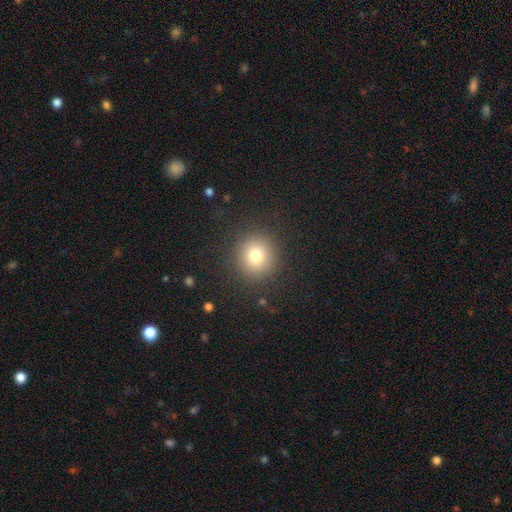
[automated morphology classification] A smooth galaxy with no disk features (77%) that is round (91%). Merging: none (90%).